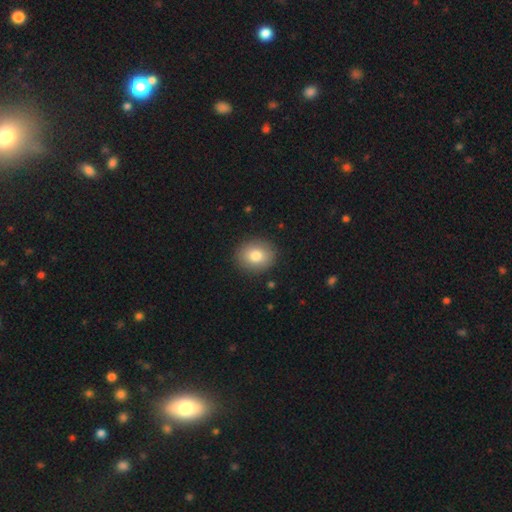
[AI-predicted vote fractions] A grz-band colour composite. It shows a smooth galaxy with no disk features (81%) that is round (63%). Merging: none (90%).